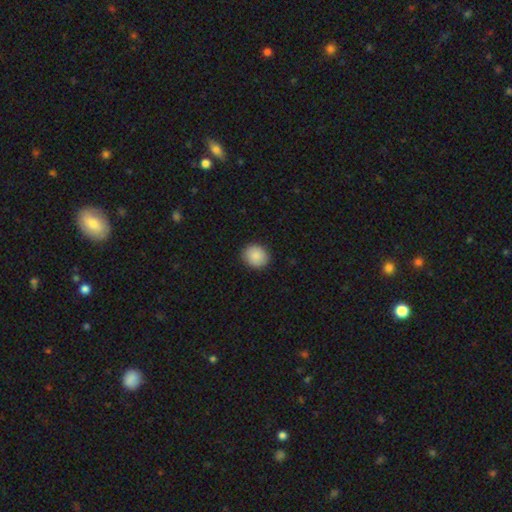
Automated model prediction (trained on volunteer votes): Q: Smooth or featured?
A: smooth (89%); runner-up: star or artifact (7%)
Q: How rounded?
A: round (83%); runner-up: in between (16%)
Q: Merging?
A: none (90%); runner-up: minor disturbance (7%)